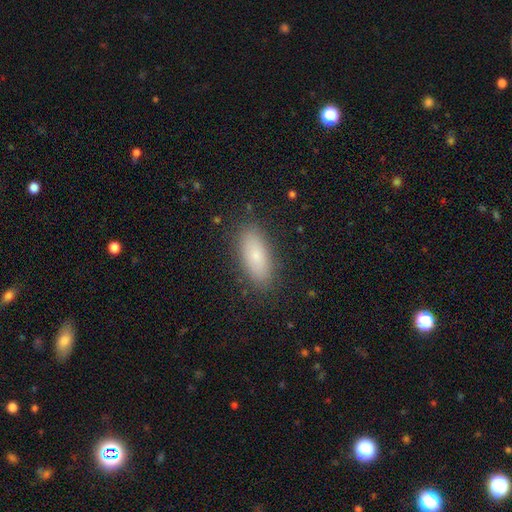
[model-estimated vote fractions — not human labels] This is likely a smooth galaxy (79%). How rounded: likely in between (77%). Merging: clearly none (87%).